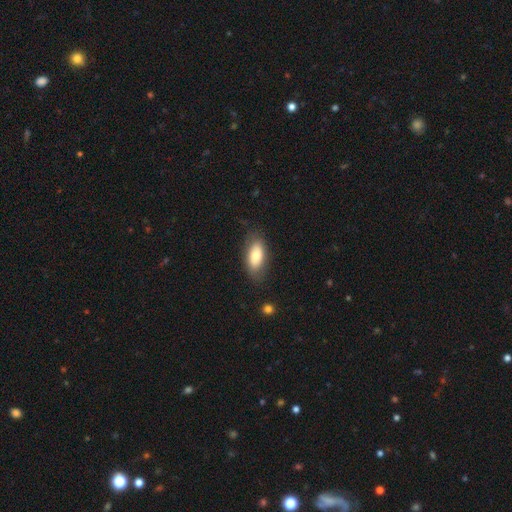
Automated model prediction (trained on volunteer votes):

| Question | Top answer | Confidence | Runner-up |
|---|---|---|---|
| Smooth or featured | smooth | 75% | featured or disk (19%) |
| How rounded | in between | 89% | cigar-shaped (8%) |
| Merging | none | 78% | minor disturbance (16%) |